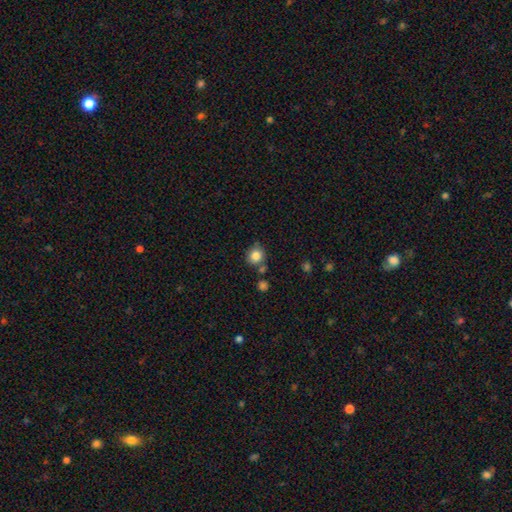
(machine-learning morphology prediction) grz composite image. It shows a smooth galaxy with no disk features (84%) that is round (86%). Merging: none (72%).